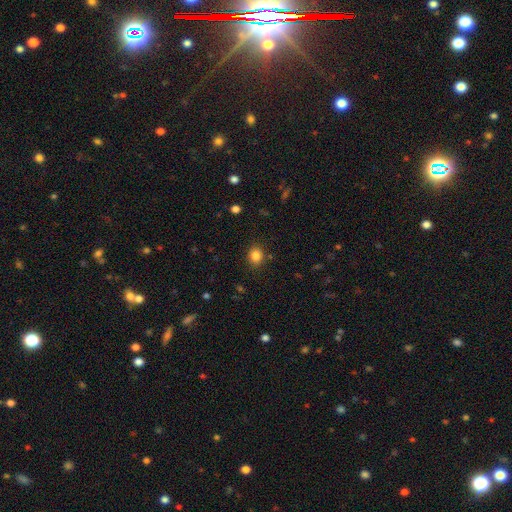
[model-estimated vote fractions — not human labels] Overall: smooth (84%). How rounded: round (67%; in between 32%). Merging: none (86%).